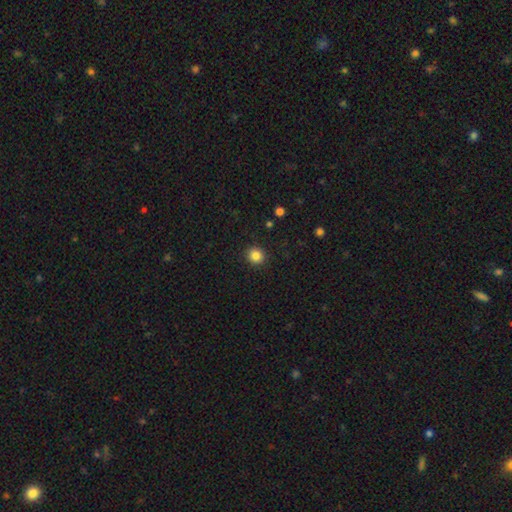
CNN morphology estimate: This is clearly a smooth galaxy (84%). How rounded: clearly round (91%). Merging: clearly none (92%).